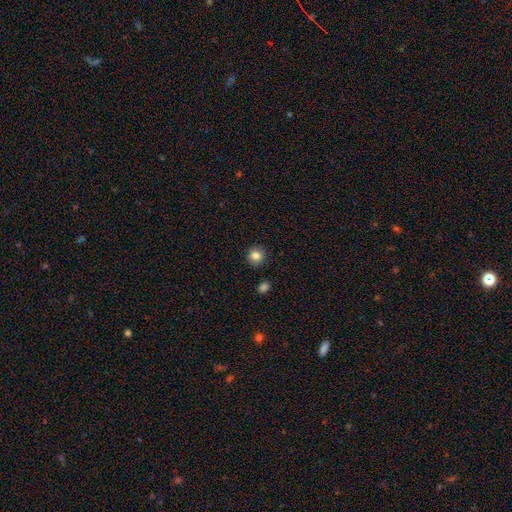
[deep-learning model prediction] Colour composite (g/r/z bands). It shows a smooth galaxy with no disk features (84%) that is round (88%). Merging: none (90%).